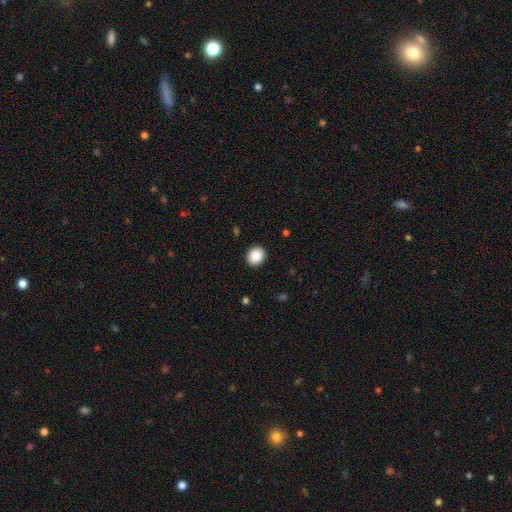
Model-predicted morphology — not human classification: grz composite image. It shows a smooth galaxy with no disk features (86%) that is round (73%). Merging: none (92%).